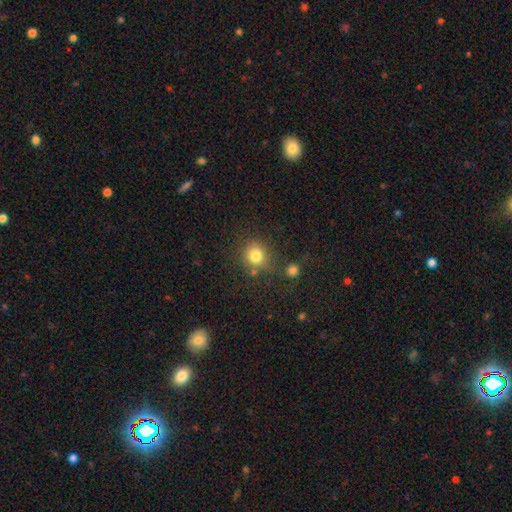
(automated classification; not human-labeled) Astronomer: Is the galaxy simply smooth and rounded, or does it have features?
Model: smooth — 80%.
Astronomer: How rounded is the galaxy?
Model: round — 83%.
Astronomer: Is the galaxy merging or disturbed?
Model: none — 70%.